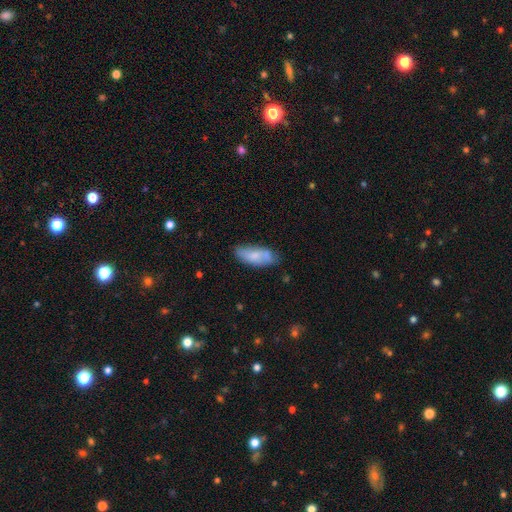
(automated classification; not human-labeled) This is likely a smooth galaxy (67%). How rounded: likely in between (79%). Merging: possibly none (60%).